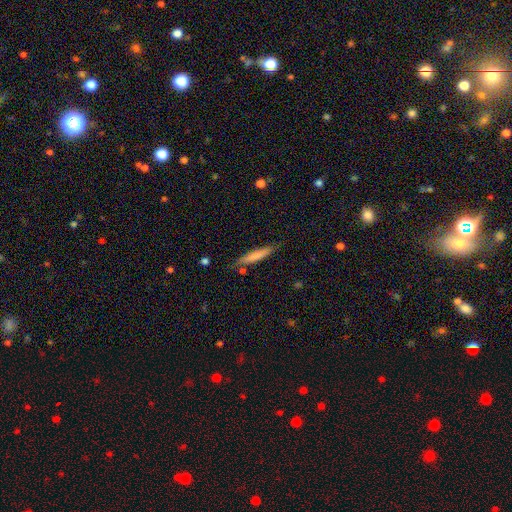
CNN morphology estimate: Smooth or featured? Predicted: smooth (p=0.72). How rounded? Predicted: cigar-shaped (p=0.91). Merging? Predicted: none (p=0.78).